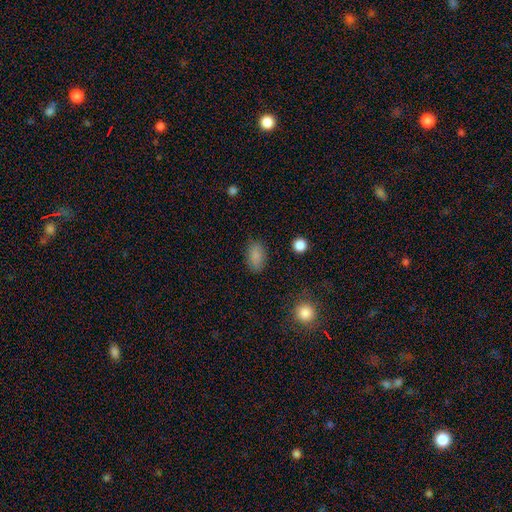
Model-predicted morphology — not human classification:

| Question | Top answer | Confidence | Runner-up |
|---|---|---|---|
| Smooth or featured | smooth | 85% | star or artifact (10%) |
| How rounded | in between | 90% | round (8%) |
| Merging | none | 84% | minor disturbance (11%) |